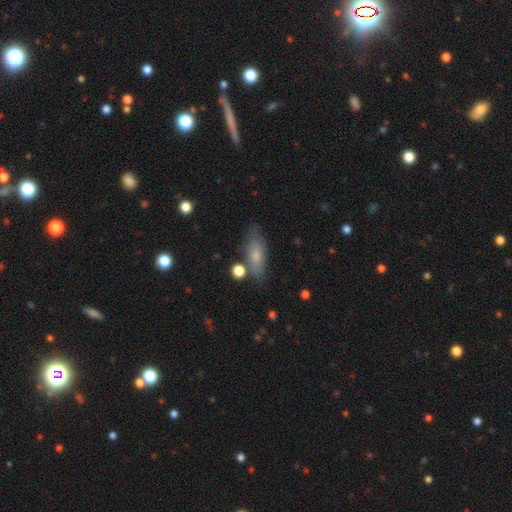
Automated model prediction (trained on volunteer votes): This appears to be a smooth galaxy with no disk features (67%) that is in between round and cigar-shaped (71%). Merging: none (68%).